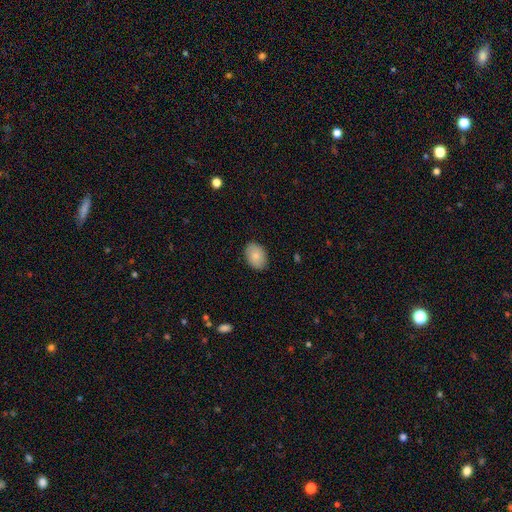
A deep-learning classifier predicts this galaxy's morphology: smooth 83%, featured or disk 10%, star or artifact 7%. Down the decision tree: how rounded — in between (81%); merging — none (87%).